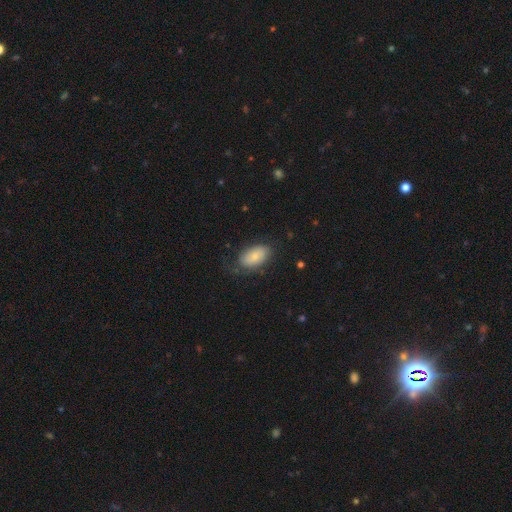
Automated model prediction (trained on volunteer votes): smooth_or_featured: smooth (p=0.73) [alt: featured or disk p=0.20]
how_rounded: in between (p=0.93) [alt: round p=0.05]
merging: none (p=0.64) [alt: minor disturbance p=0.24]